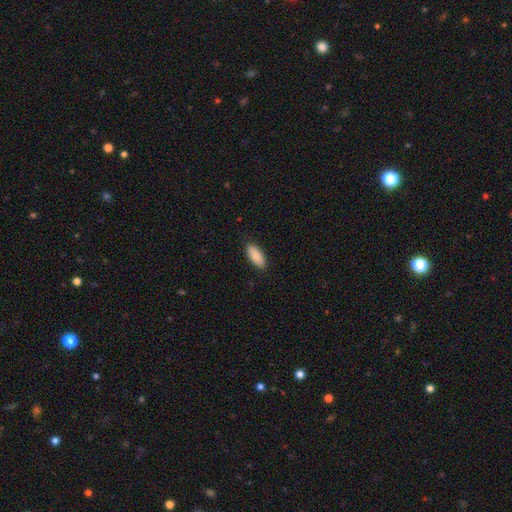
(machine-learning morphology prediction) Smooth or featured? smooth (87%)
How rounded? in between (84%)
Merging? none (88%)